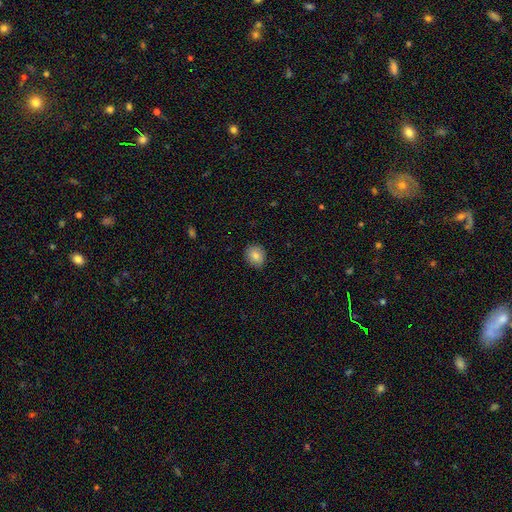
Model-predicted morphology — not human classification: smooth 84%, star or artifact 9%, featured or disk 8%. Down the decision tree: how rounded — round (67%); merging — none (87%).